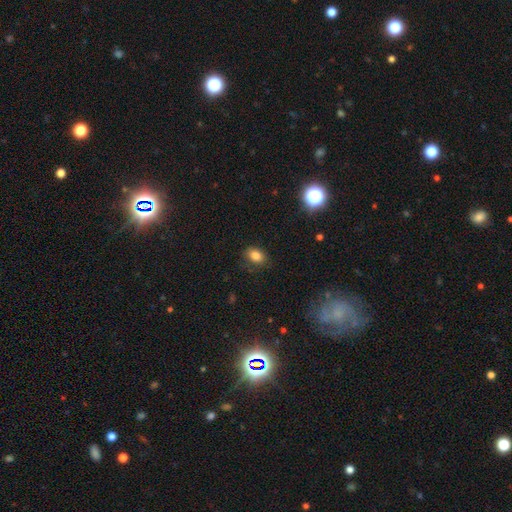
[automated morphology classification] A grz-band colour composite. It shows a smooth galaxy with no disk features (82%) that is in between round and cigar-shaped (73%). Merging: none (80%).